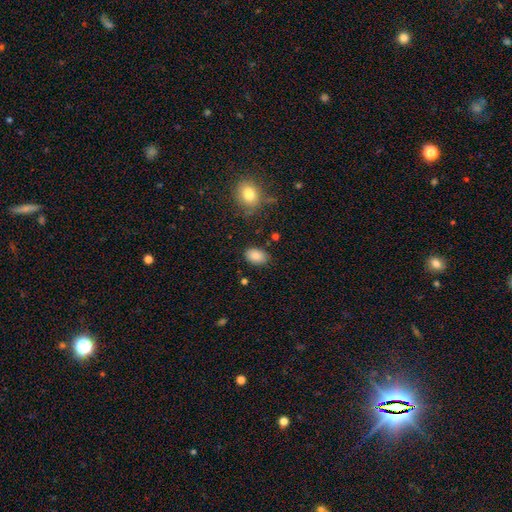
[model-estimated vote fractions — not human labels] This appears to be a smooth galaxy with no disk features (86%) that is in between round and cigar-shaped (83%). Merging: none (82%).